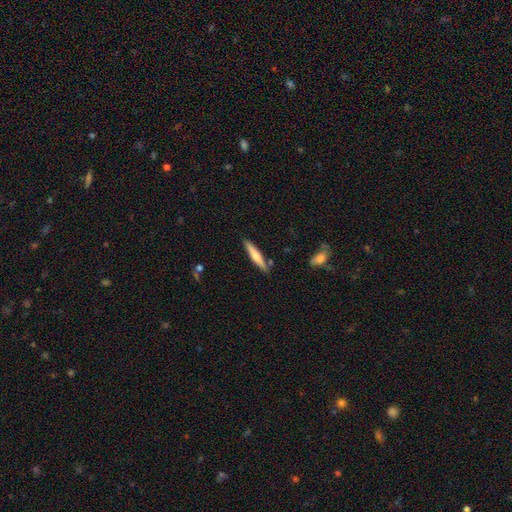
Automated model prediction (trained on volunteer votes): smooth-or-featured: smooth: 56% | featured or disk: 39% | star or artifact: 5%
  how-rounded: cigar-shaped: 91% | in between: 8% | round: 1%
  merging: none: 86% | minor disturbance: 9% | merger: 3% | major disturbance: 2%